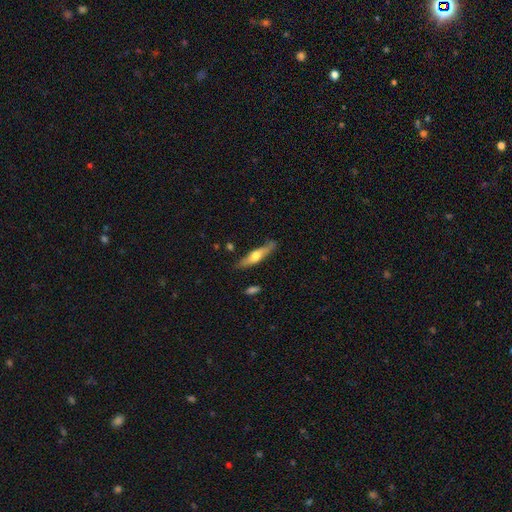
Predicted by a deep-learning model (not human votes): This is possibly a featured or disk galaxy (51%). It is clearly viewed edge-on (89%). Merging: likely none (80%).